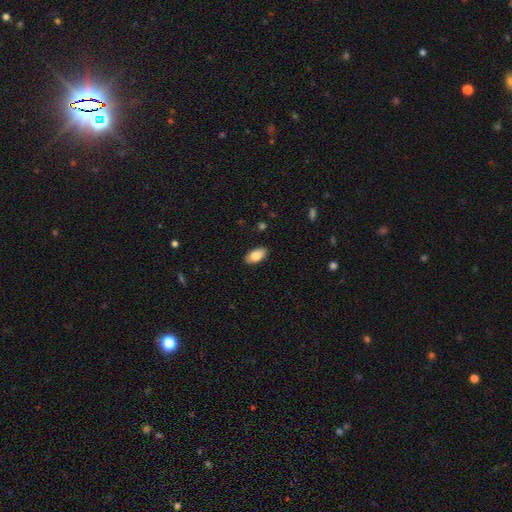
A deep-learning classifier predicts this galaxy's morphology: This appears to be a smooth galaxy with no disk features (83%) that is in between round and cigar-shaped (93%). Merging: none (87%).